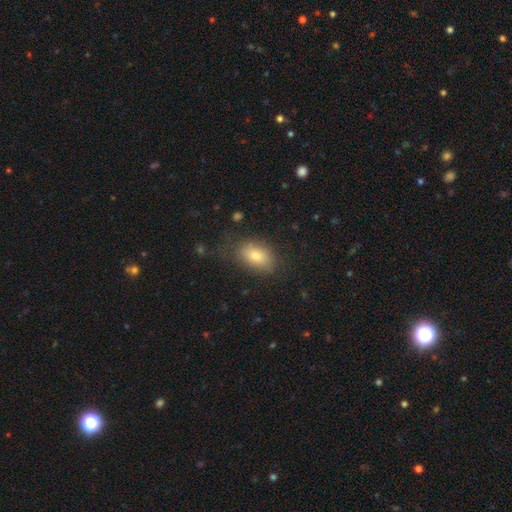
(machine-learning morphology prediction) Overall: smooth (80%). How rounded: in between (88%). Merging: none (75%).